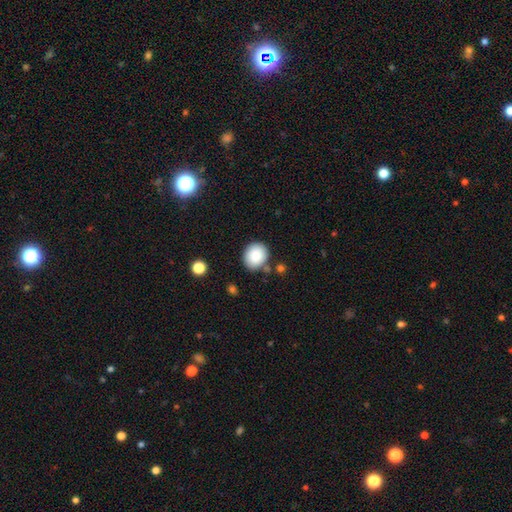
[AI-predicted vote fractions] The model was most divided on "how rounded": round: 69%, in between: 30%, cigar-shaped: 1%. More confident: smooth or featured — smooth (87%); merging — none (79%).